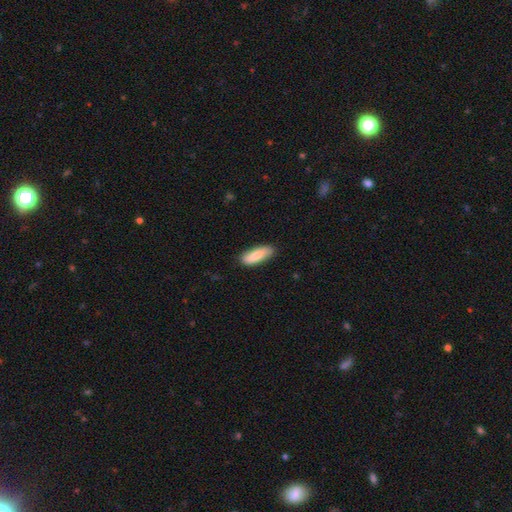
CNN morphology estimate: This appears to be a smooth galaxy with no disk features (83%) that is in between round and cigar-shaped (60%). Merging: none (84%).